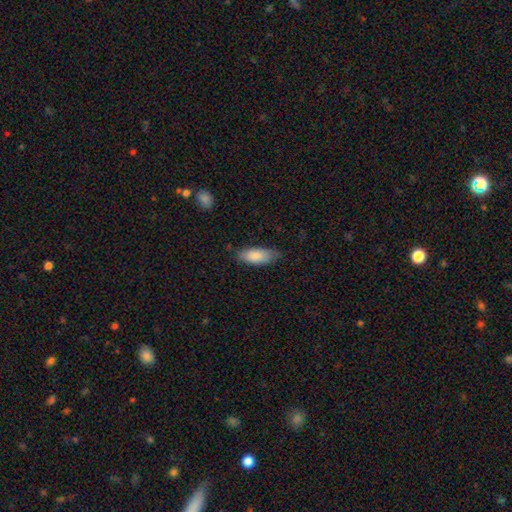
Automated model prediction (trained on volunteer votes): A smooth galaxy with no disk features (85%) that is in between round and cigar-shaped (80%). Merging: none (73%).